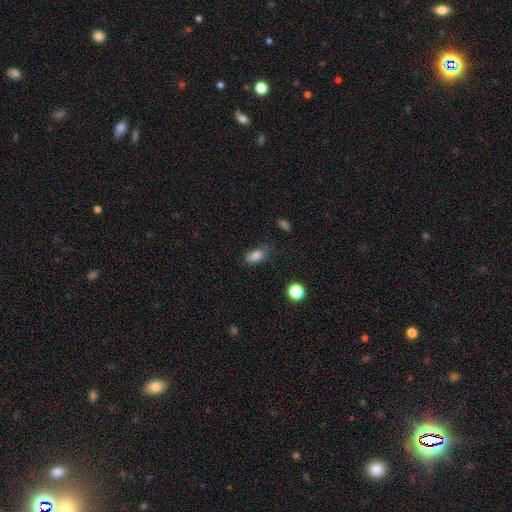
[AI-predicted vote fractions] Q: Smooth or featured?
A: smooth (82%); runner-up: star or artifact (11%)
Q: How rounded?
A: in between (86%); runner-up: round (10%)
Q: Merging?
A: none (62%); runner-up: minor disturbance (27%)